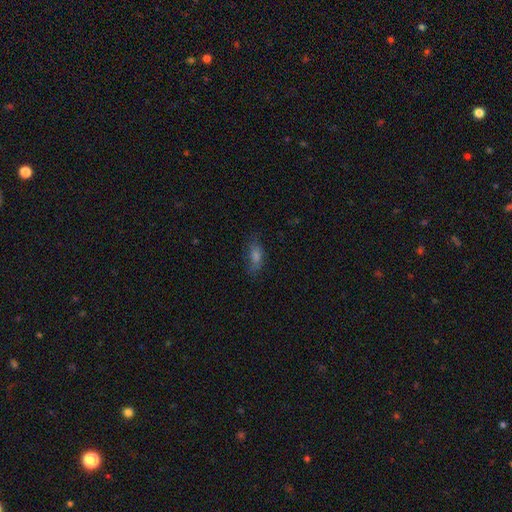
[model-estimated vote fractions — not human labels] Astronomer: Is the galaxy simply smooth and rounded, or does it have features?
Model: smooth — 58%.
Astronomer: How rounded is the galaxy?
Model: in between — 70%.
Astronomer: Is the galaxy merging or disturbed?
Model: none — 76%.